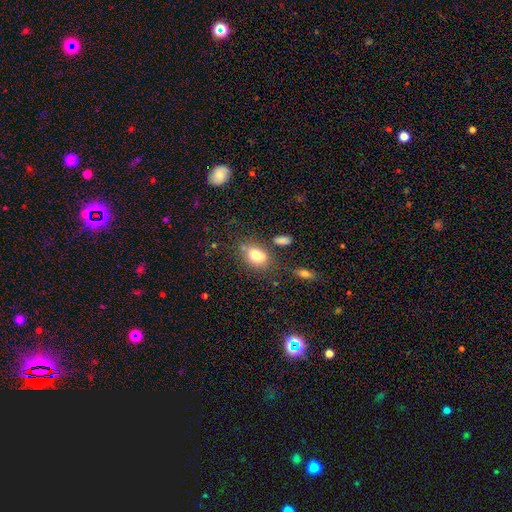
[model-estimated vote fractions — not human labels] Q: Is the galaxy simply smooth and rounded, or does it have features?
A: smooth — 77%.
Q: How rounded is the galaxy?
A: in between — 72%.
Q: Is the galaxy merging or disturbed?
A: none — 62%.